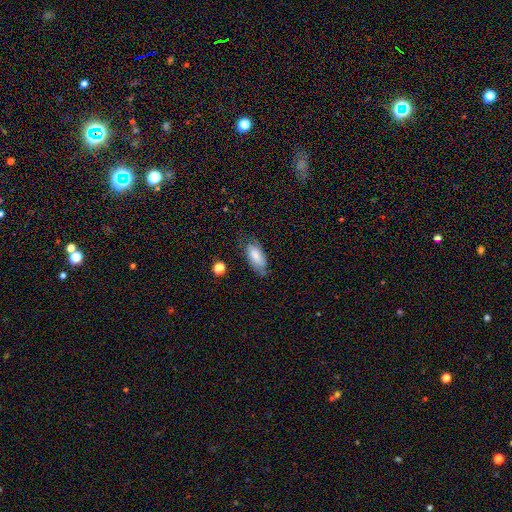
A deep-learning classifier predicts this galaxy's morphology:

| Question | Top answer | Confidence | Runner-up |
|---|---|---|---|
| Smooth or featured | smooth | 72% | featured or disk (20%) |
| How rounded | in between | 86% | cigar-shaped (11%) |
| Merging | none | 61% | minor disturbance (28%) |